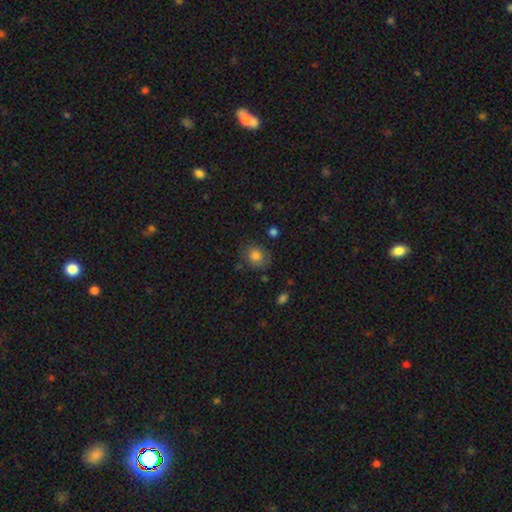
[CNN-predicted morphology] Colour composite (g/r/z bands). It shows a smooth galaxy with no disk features (82%) that is round (70%). Merging: none (76%).